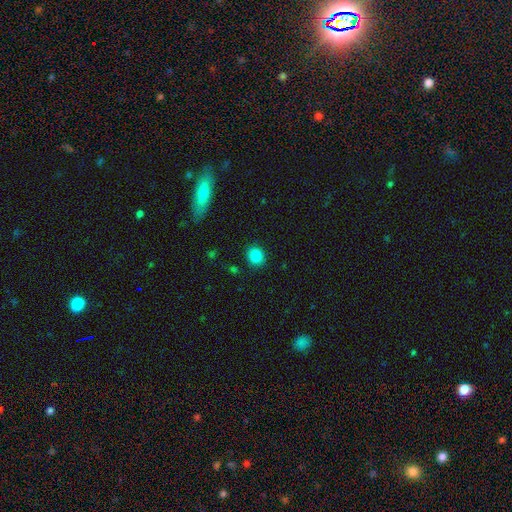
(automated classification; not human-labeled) Smooth or featured: smooth — 86% (star or artifact — 10%)
How rounded: round — 73% (in between — 25%)
Merging: none — 87% (minor disturbance — 9%)